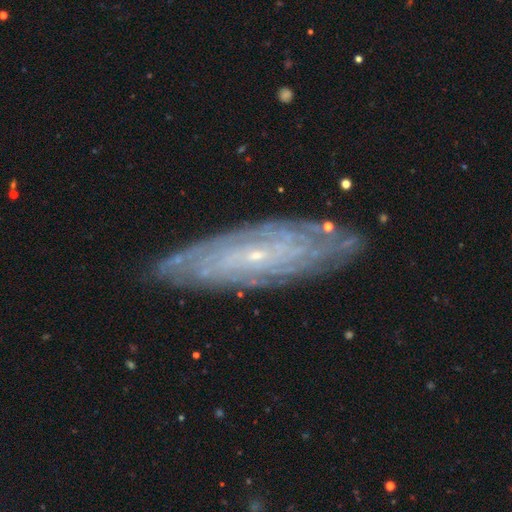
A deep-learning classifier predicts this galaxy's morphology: Smooth or featured? Predicted: featured or disk (p=0.82). Edge-on disk? Predicted: no (p=0.81). Bar? Predicted: no (p=0.60). Spiral arms? Predicted: yes (p=0.92). Spiral winding? Predicted: tight (p=0.73). Spiral arm count? Predicted: can't tell (p=0.51). Bulge size? Predicted: small (p=0.86). Merging? Predicted: none (p=0.82).